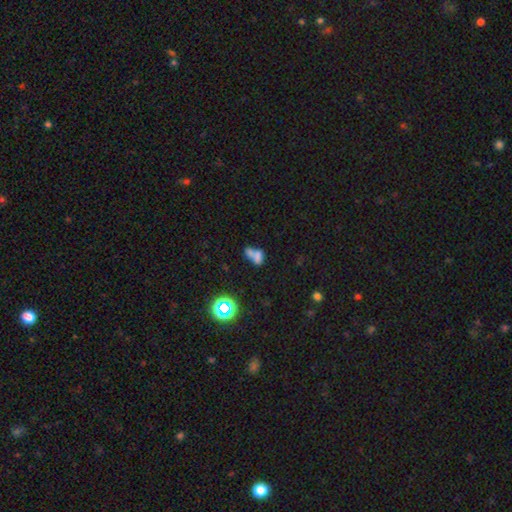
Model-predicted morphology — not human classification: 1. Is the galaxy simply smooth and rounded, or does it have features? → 62% smooth, 21% featured or disk, 18% star or artifact.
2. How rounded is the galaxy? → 70% in between, 26% round, 5% cigar-shaped.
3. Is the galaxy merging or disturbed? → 62% merger, 21% none, 9% minor disturbance, 8% major disturbance.